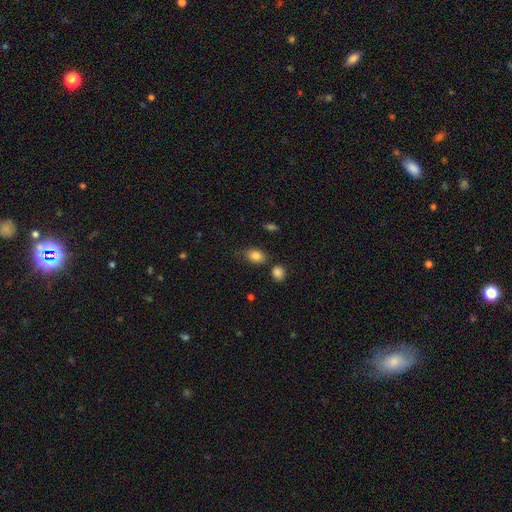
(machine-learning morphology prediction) A smooth galaxy with no disk features (83%) that is in between round and cigar-shaped (77%).

Vote fractions:
- Smooth or featured? smooth: 83% / star or artifact: 9% / featured or disk: 8%
- How rounded? in between: 77% / round: 22% / cigar-shaped: 1%
- Merging? none: 73% / minor disturbance: 16% / merger: 8% / major disturbance: 4%